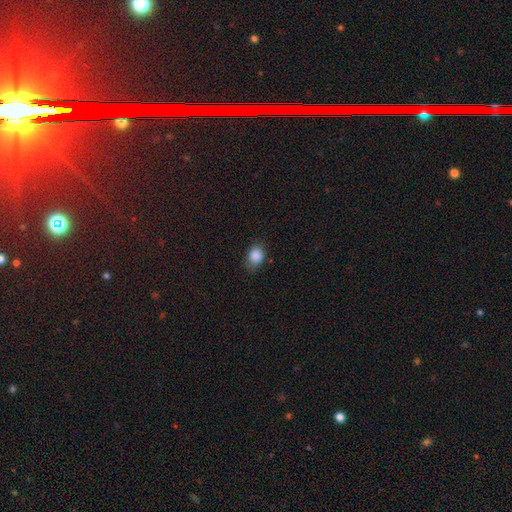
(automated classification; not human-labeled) A smooth galaxy with no disk features (87%) that is in between round and cigar-shaped (56%). Merging: none (71%).